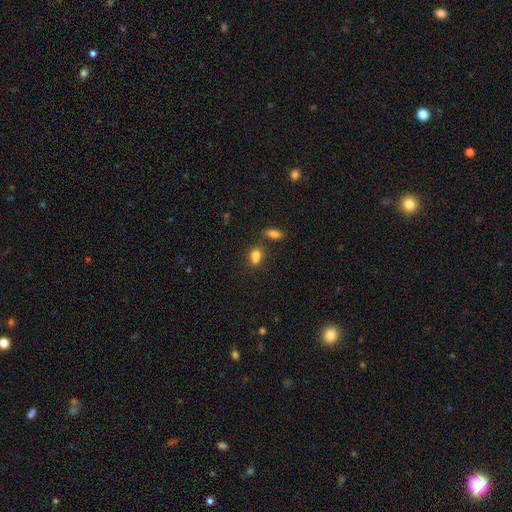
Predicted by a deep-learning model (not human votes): Smooth or featured: smooth — 74% (star or artifact — 13%)
How rounded: in between — 59% (round — 37%)
Merging: merger — 46% (none — 37%)